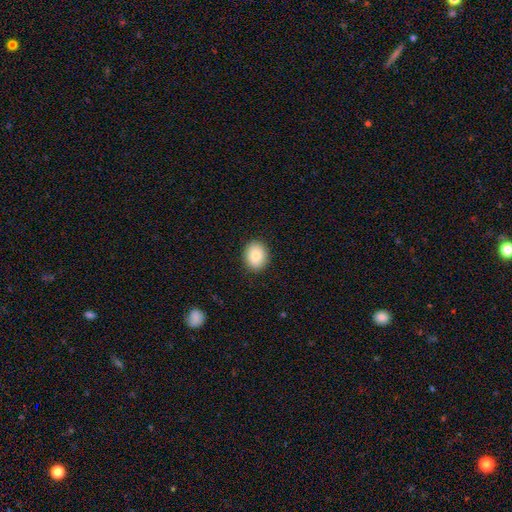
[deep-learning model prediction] Morphology: type=smooth (83%); roundness=in between (51%); merging=none (89%).